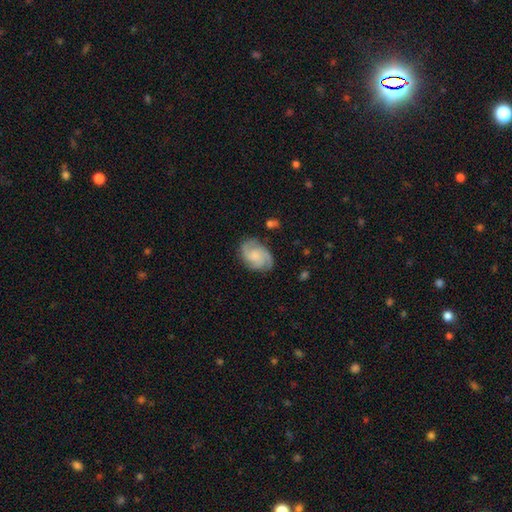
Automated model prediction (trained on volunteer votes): This appears to be a featured or disk galaxy (74%) with no bar (69%), 3 (53%) medium (46%) spiral arms (96%) and no central bulge (31%). Merging: none (76%).